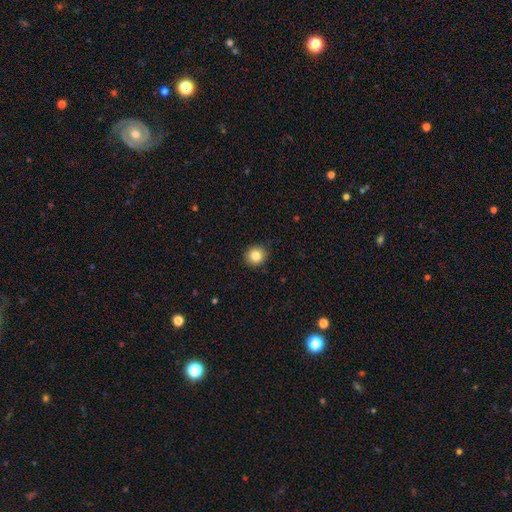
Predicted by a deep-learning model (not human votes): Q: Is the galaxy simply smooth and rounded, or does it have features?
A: smooth — 83%.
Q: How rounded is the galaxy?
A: round — 88%.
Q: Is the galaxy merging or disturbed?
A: none — 90%.